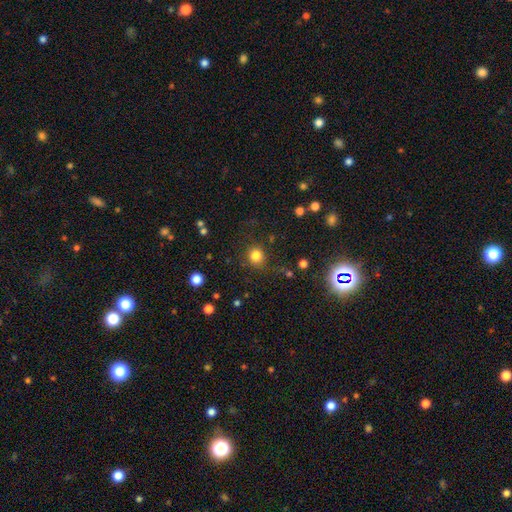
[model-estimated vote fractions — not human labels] Smooth or featured?
  - smooth: 82% *
  - star or artifact: 13%
  - featured or disk: 5%
How rounded?
  - round: 85% *
  - in between: 14%
  - cigar-shaped: 1%
Merging?
  - none: 81% *
  - minor disturbance: 11%
  - major disturbance: 5%
  - merger: 3%